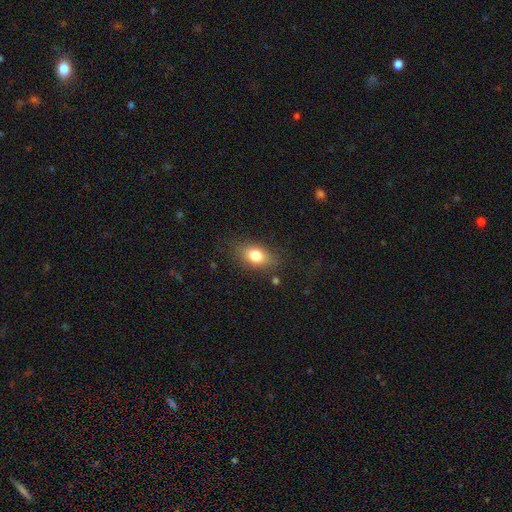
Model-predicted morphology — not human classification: A smooth galaxy with no disk features (78%) that is in between round and cigar-shaped (82%).

Vote fractions:
- Smooth or featured? smooth: 78% / featured or disk: 13% / star or artifact: 9%
- How rounded? in between: 82% / round: 14% / cigar-shaped: 4%
- Merging? none: 79% / minor disturbance: 14% / major disturbance: 5% / merger: 2%